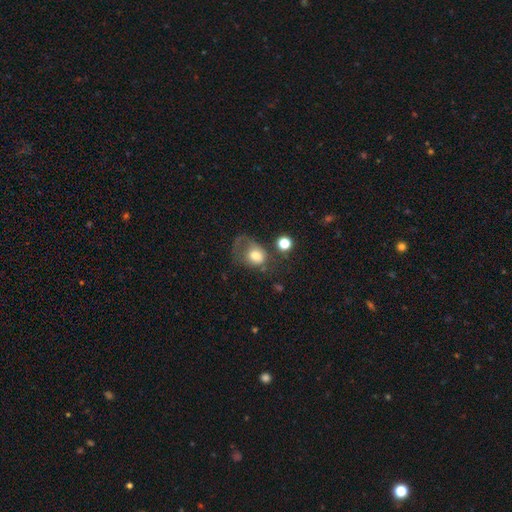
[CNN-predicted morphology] Smooth or featured? smooth (65%)
How rounded? round (53%)
Merging? major disturbance (45%)